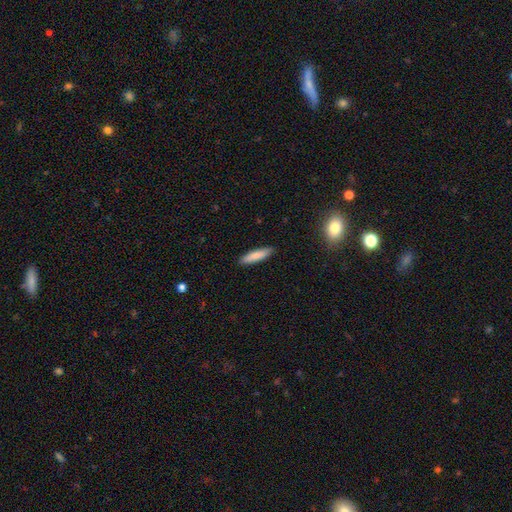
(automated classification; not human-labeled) Overall: smooth (83%). How rounded: cigar-shaped (76%). Merging: none (90%).